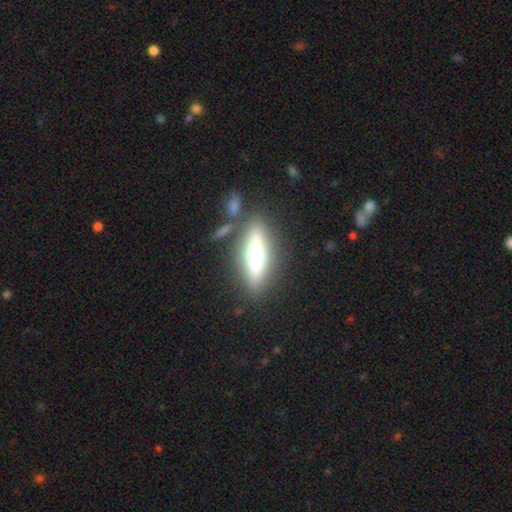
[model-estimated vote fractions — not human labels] The model was most divided on "smooth or featured": featured or disk: 51%, smooth: 41%, star or artifact: 8%. More confident: edge-on disk — yes (79%); merging — none (78%).